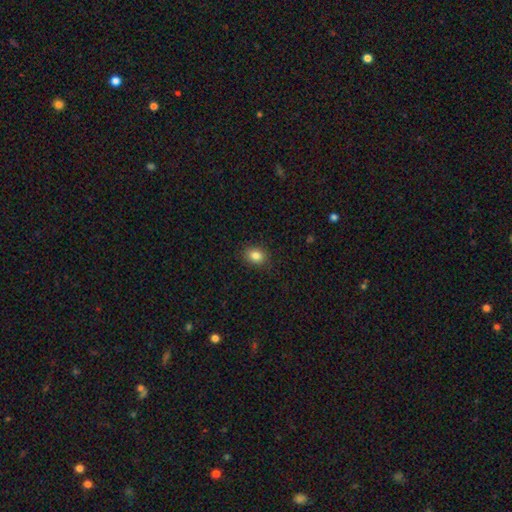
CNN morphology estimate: Q: Smooth or featured?
A: smooth (85%); runner-up: star or artifact (10%)
Q: How rounded?
A: in between (61%); runner-up: round (38%)
Q: Merging?
A: none (87%); runner-up: minor disturbance (9%)